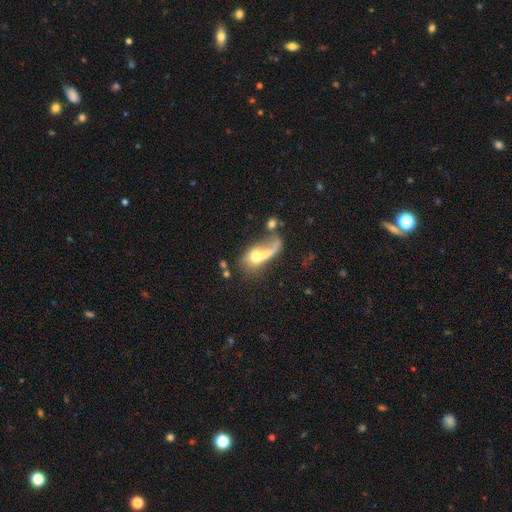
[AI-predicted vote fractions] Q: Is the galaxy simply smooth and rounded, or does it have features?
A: featured or disk — 48%.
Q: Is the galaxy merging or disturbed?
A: major disturbance — 40%.